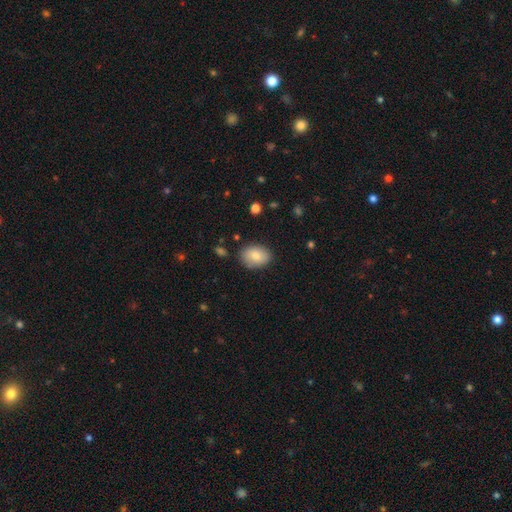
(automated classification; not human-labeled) A smooth galaxy with no disk features (82%) that is in between round and cigar-shaped (78%). Merging: none (84%).